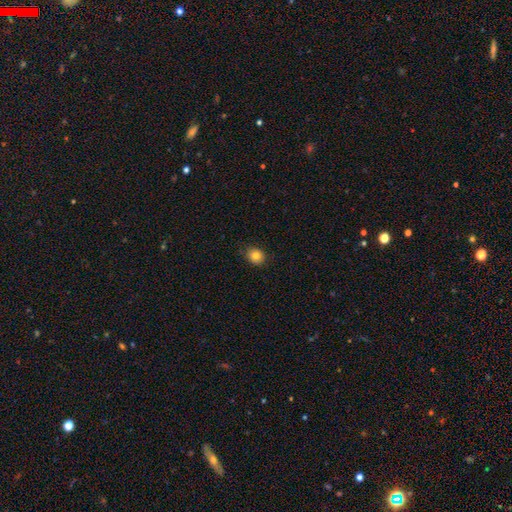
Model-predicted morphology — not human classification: The model was most divided on "how rounded": round: 67%, in between: 32%, cigar-shaped: 1%. More confident: merging — none (84%); smooth or featured — smooth (82%).